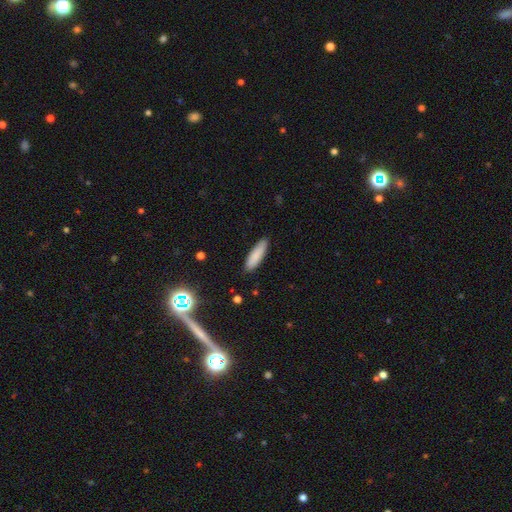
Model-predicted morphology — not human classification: Smooth or featured?
  - smooth: 87% *
  - featured or disk: 7%
  - star or artifact: 6%
How rounded?
  - cigar-shaped: 58% *
  - in between: 41%
  - round: 1%
Merging?
  - none: 88% *
  - minor disturbance: 9%
  - major disturbance: 2%
  - merger: 1%